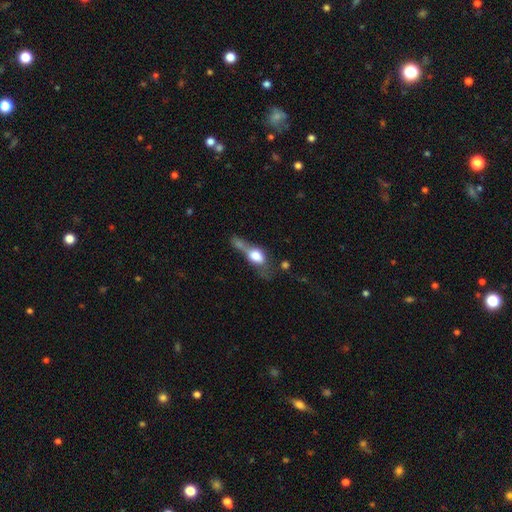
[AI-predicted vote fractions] smooth_or_featured: smooth (p=0.61) [alt: featured or disk p=0.30]
how_rounded: in between (p=0.63) [alt: round p=0.20]
merging: merger (p=0.38) [alt: major disturbance p=0.27]